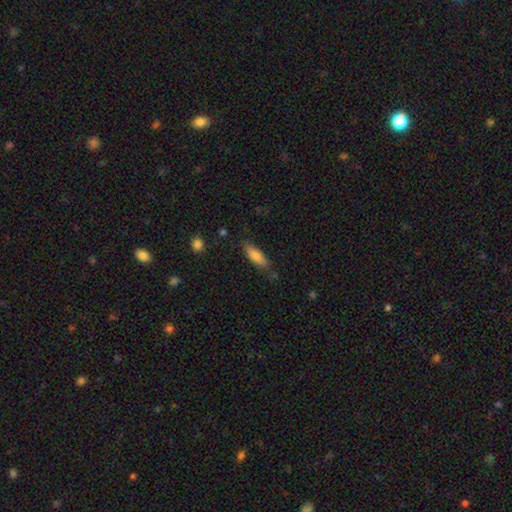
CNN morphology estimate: This appears to be a smooth galaxy with no disk features (76%) that is in between round and cigar-shaped (54%). Merging: none (73%).